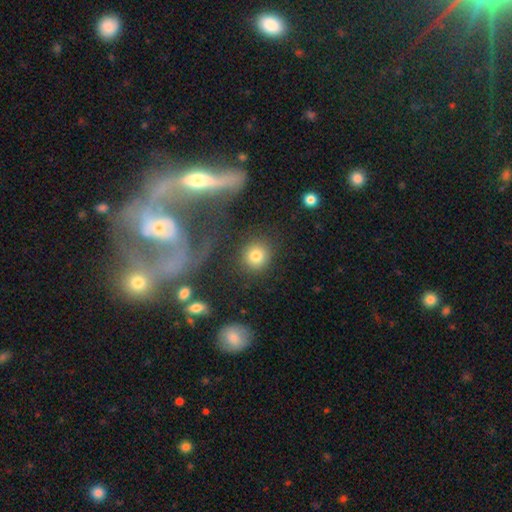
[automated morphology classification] A smooth galaxy with no disk features (79%) that is round (88%).

Vote fractions:
- Smooth or featured? smooth: 79% / star or artifact: 12% / featured or disk: 9%
- How rounded? round: 88% / in between: 11% / cigar-shaped: 1%
- Merging? none: 85% / minor disturbance: 8% / major disturbance: 4% / merger: 4%